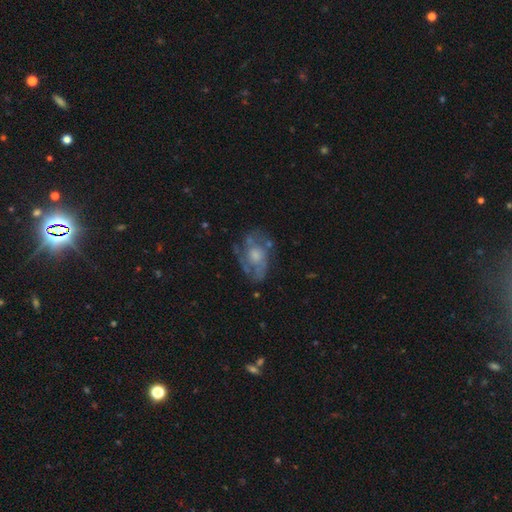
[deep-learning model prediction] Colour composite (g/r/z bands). It shows a featured or disk galaxy (66%) with no bar (82%), spiral arms (60%) and a moderate central bulge (48%). Merging: none (59%).